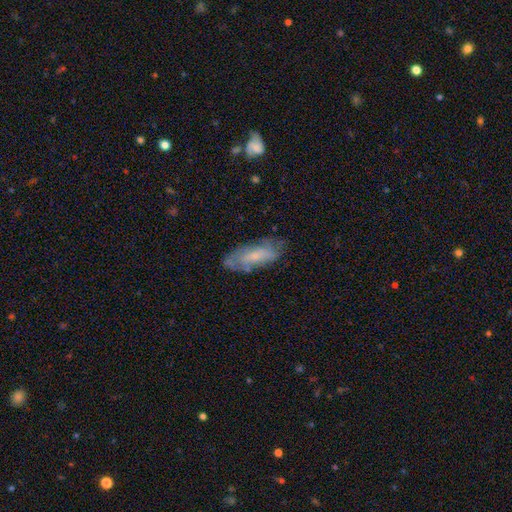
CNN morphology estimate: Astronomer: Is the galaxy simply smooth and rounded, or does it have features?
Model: smooth — 51% (runner-up: featured or disk, 42%).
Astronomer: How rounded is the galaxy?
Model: in between — 69%.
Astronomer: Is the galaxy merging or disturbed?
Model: none — 63%.